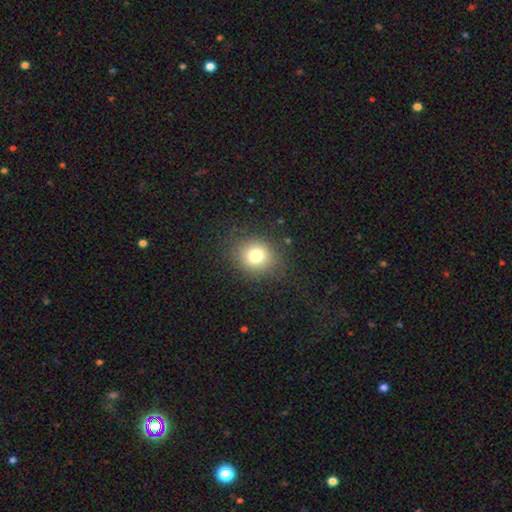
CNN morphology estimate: A smooth galaxy with no disk features (77%) that is round (76%). Merging: none (85%).